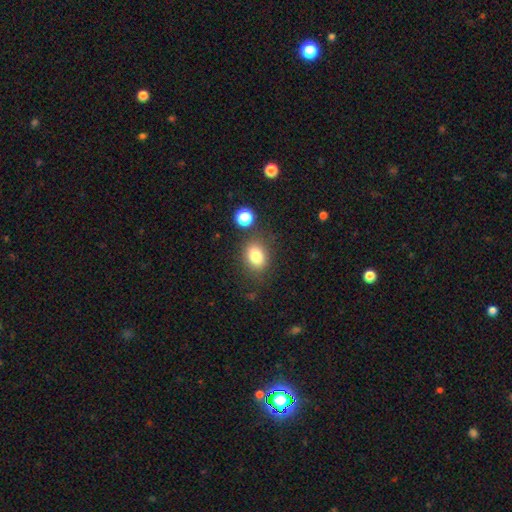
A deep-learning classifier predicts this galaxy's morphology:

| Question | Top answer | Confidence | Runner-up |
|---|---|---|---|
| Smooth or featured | smooth | 80% | star or artifact (11%) |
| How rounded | in between | 60% | round (39%) |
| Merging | none | 76% | minor disturbance (13%) |